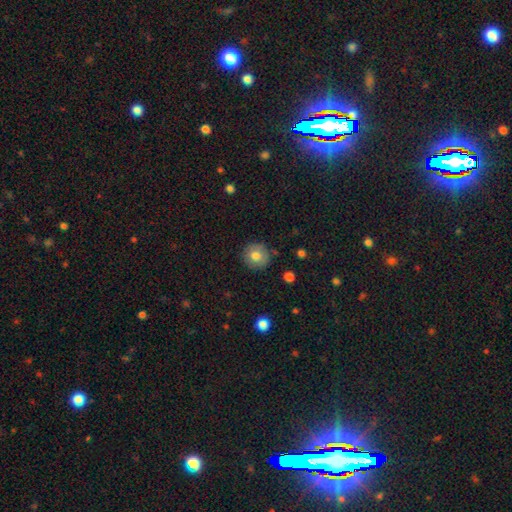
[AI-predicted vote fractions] smooth 78%, featured or disk 13%, star or artifact 9%. Down the decision tree: how rounded — round (91%); merging — none (87%).